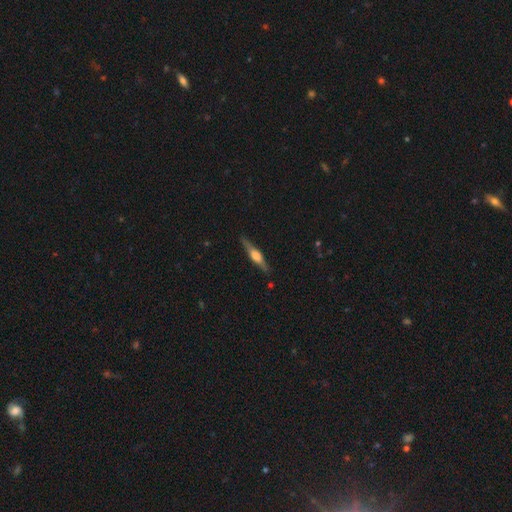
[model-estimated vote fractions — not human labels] smooth_or_featured: featured or disk (p=0.72) [alt: smooth p=0.22]
disk_edge_on: yes (p=0.97) [alt: no p=0.03]
edge_on_bulge: rounded (p=0.79) [alt: boxy p=0.17]
merging: none (p=0.87) [alt: minor disturbance p=0.09]